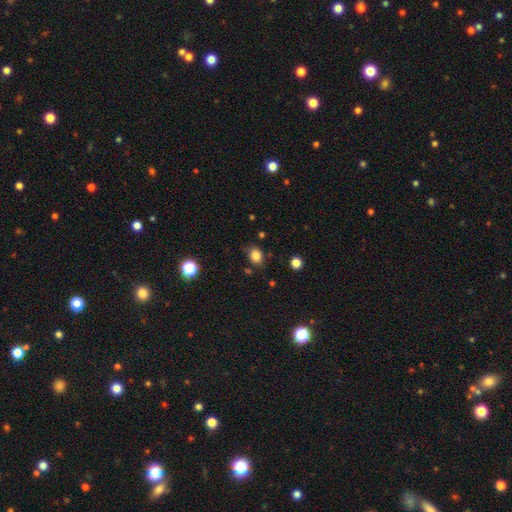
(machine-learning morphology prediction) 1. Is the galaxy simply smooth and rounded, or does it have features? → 83% smooth, 12% star or artifact, 6% featured or disk.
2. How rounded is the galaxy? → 60% in between, 39% round, 1% cigar-shaped.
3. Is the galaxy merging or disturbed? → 78% none, 15% minor disturbance, 4% major disturbance, 3% merger.